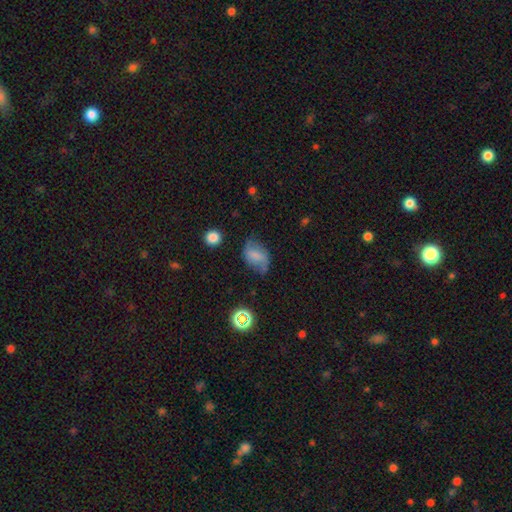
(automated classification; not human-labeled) A smooth galaxy with no disk features (57%) that is in between round and cigar-shaped (81%). Merging: none (55%).